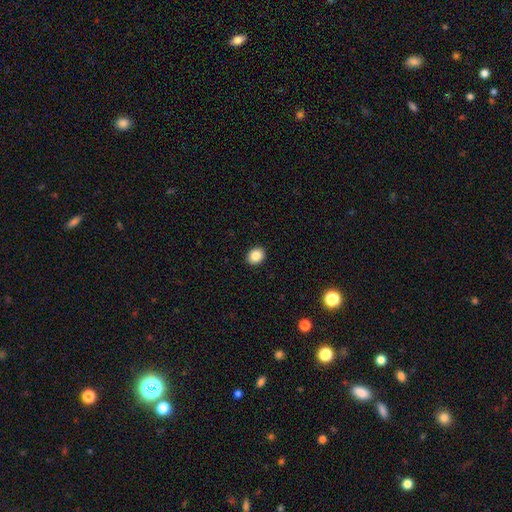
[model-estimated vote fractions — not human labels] Morphology: type=smooth (86%); roundness=round (58%); merging=none (92%).